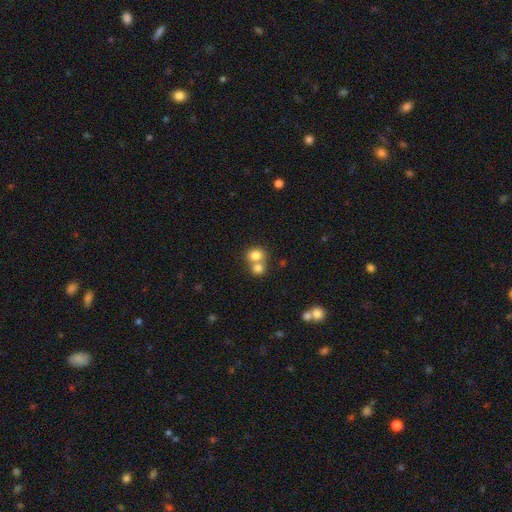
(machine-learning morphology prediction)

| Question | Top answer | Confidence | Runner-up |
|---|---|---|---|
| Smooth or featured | smooth | 79% | featured or disk (11%) |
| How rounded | round | 69% | in between (31%) |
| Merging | merger | 58% | none (33%) |